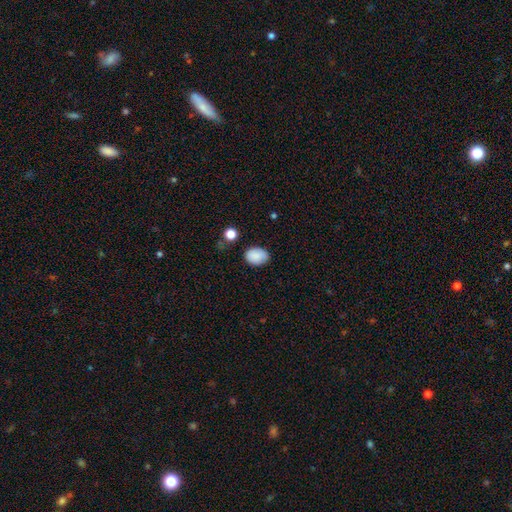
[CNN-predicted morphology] Smooth or featured?
  - smooth: 88% *
  - star or artifact: 8%
  - featured or disk: 5%
How rounded?
  - in between: 70% *
  - round: 29%
  - cigar-shaped: 1%
Merging?
  - none: 77% *
  - minor disturbance: 17%
  - major disturbance: 4%
  - merger: 2%